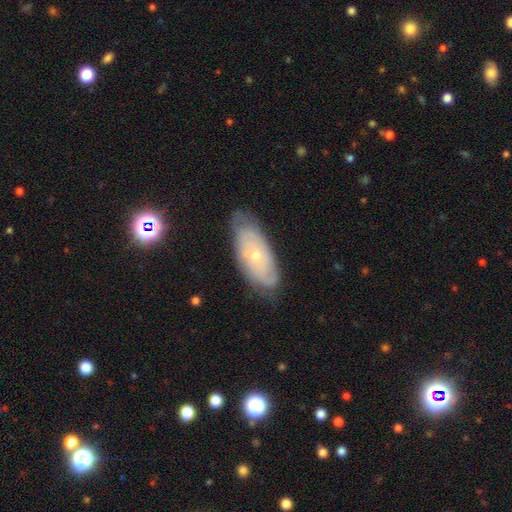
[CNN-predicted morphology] featured or disk 67%, smooth 25%, star or artifact 7%. Down the decision tree: edge-on disk — no (89%); bar — no (84%); spiral arms — yes (76%); bulge size — small (69%); merging — none (71%).